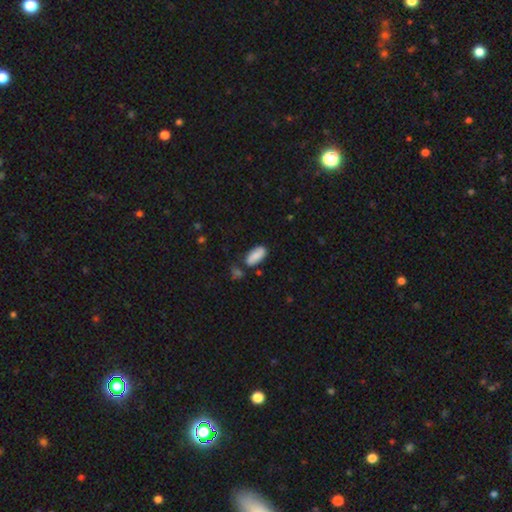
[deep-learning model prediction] Q: Smooth or featured?
A: smooth (79%); runner-up: featured or disk (14%)
Q: How rounded?
A: in between (90%); runner-up: cigar-shaped (8%)
Q: Merging?
A: none (71%); runner-up: minor disturbance (17%)